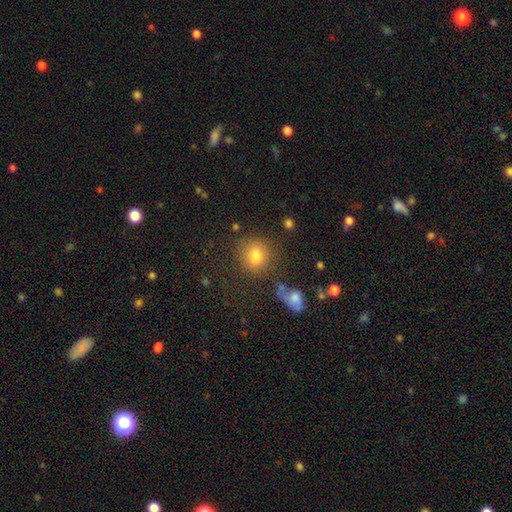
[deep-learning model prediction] smooth 79%, star or artifact 13%, featured or disk 8%. Down the decision tree: how rounded — round (80%); merging — none (74%).